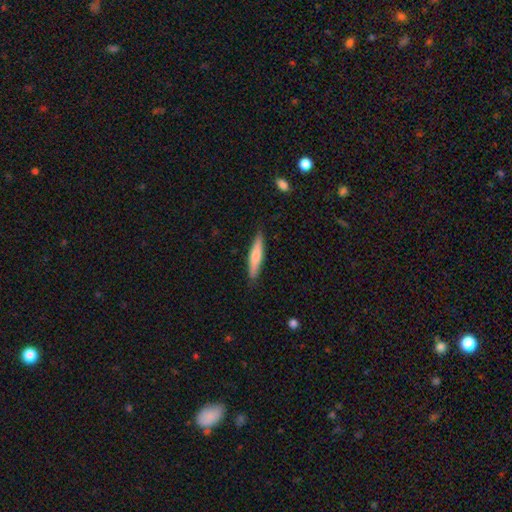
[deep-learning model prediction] Smooth or featured?
  - smooth: 64% *
  - featured or disk: 30%
  - star or artifact: 5%
How rounded?
  - cigar-shaped: 87% *
  - in between: 12%
  - round: 1%
Merging?
  - none: 87% *
  - minor disturbance: 10%
  - major disturbance: 2%
  - merger: 1%